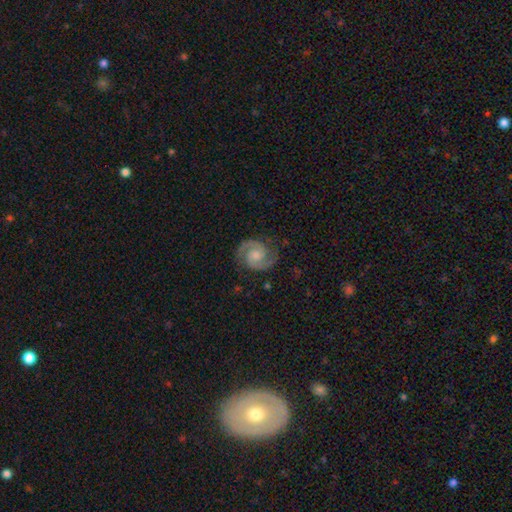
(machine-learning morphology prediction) Smooth or featured? featured or disk (90%)
Edge-on disk? no (98%)
Bar? no (58%)
Spiral arms? yes (98%)
Spiral winding? medium (55%)
Spiral arm count? 2 (94%)
Bulge size? moderate (47%)
Merging? none (83%)